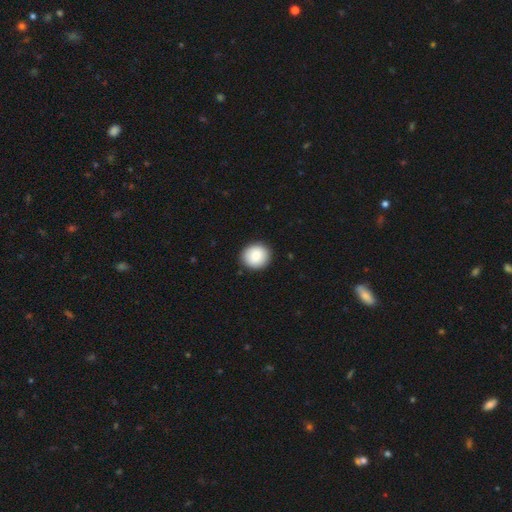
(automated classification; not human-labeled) Smooth or featured?
  - smooth: 88% *
  - star or artifact: 7%
  - featured or disk: 5%
How rounded?
  - round: 88% *
  - in between: 11%
  - cigar-shaped: 1%
Merging?
  - none: 91% *
  - minor disturbance: 6%
  - major disturbance: 2%
  - merger: 1%